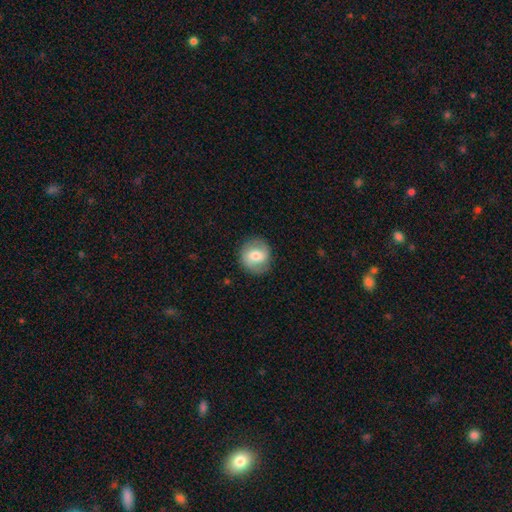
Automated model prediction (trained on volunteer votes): Smooth or featured? smooth (57%)
How rounded? round (84%)
Merging? none (84%)